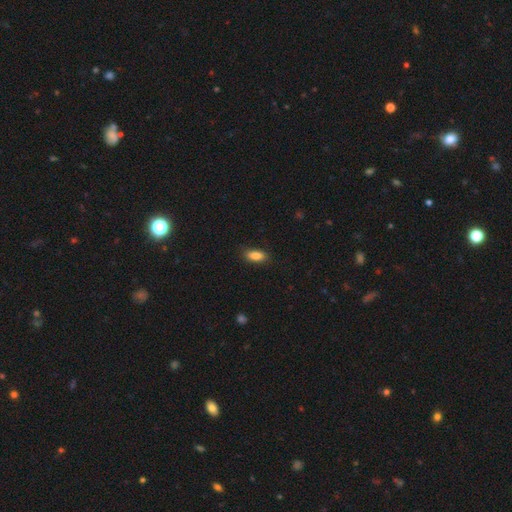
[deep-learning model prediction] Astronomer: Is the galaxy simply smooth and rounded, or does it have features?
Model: smooth — 86%.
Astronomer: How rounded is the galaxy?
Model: in between — 85%.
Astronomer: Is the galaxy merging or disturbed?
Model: none — 85%.